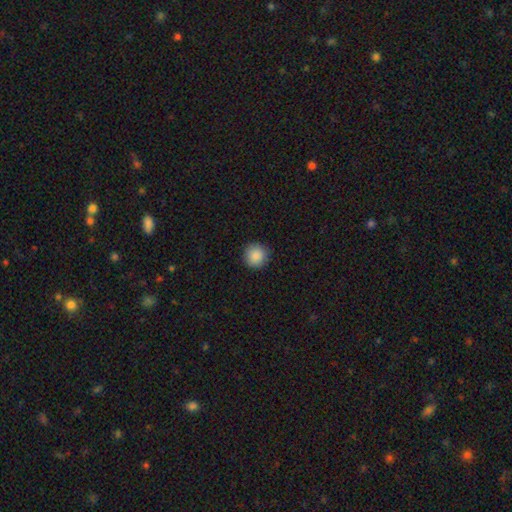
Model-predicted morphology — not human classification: smooth-or-featured: smooth: 88% | star or artifact: 9% | featured or disk: 3%
  how-rounded: round: 94% | in between: 5% | cigar-shaped: 1%
  merging: none: 91% | minor disturbance: 6% | major disturbance: 2% | merger: 1%